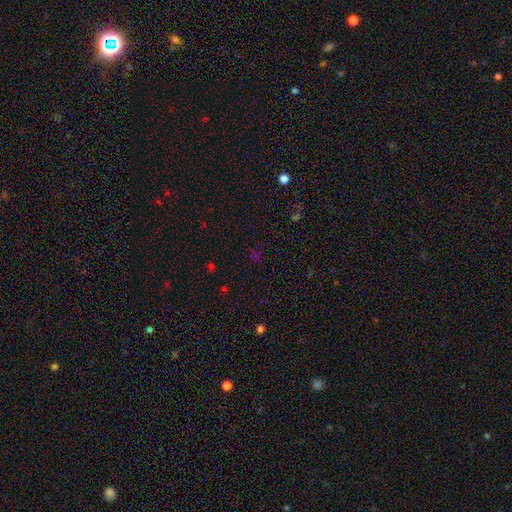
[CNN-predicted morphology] Q: Smooth or featured?
A: star or artifact (55%); runner-up: smooth (37%)